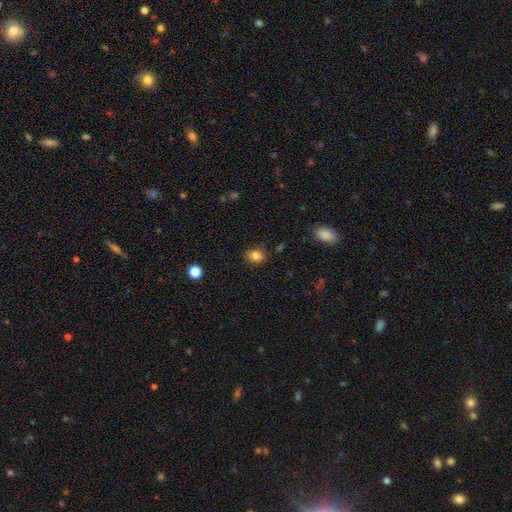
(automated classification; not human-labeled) Q: Smooth or featured?
A: smooth (84%); runner-up: star or artifact (11%)
Q: How rounded?
A: in between (56%); runner-up: round (43%)
Q: Merging?
A: none (82%); runner-up: minor disturbance (13%)